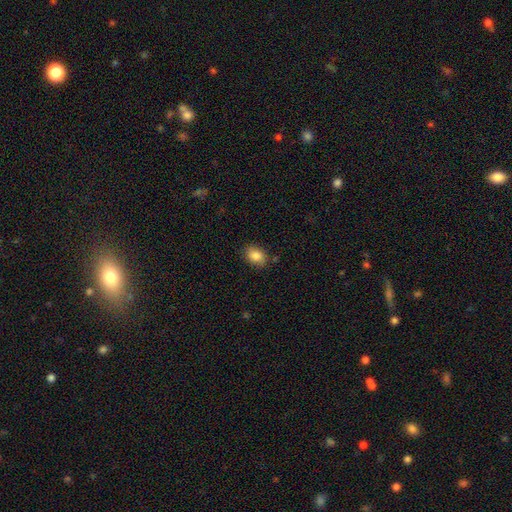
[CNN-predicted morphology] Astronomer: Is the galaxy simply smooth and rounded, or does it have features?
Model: smooth — 85%.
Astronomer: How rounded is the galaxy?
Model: in between — 69%.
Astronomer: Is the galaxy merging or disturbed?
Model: none — 84%.